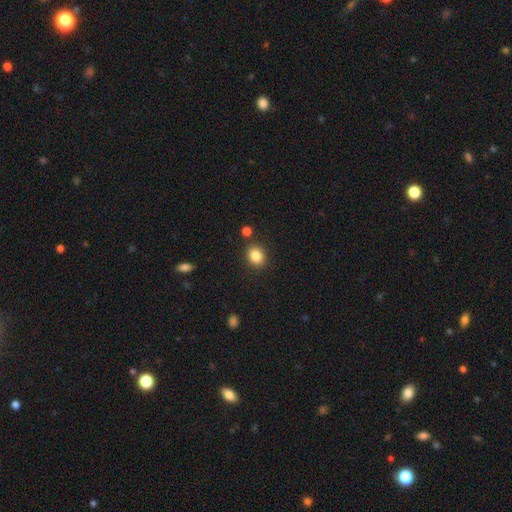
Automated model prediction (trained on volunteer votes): smooth_or_featured: smooth (p=0.85) [alt: star or artifact p=0.10]
how_rounded: round (p=0.57) [alt: in between p=0.42]
merging: none (p=0.84) [alt: minor disturbance p=0.09]